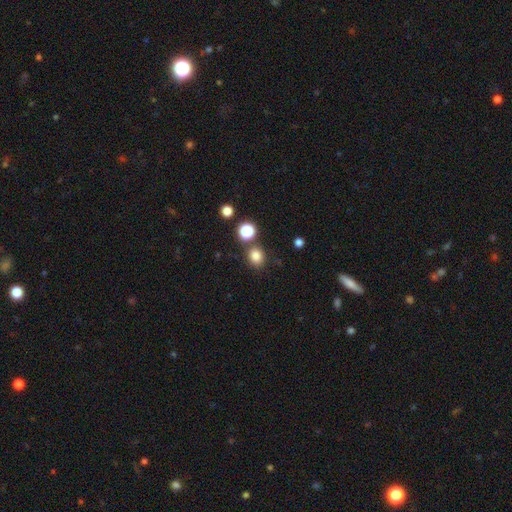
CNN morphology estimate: This is clearly a smooth galaxy (82%). How rounded: likely round (72%). Merging: likely none (78%).